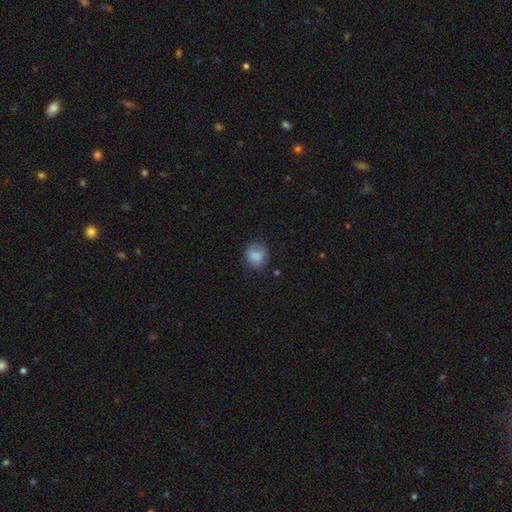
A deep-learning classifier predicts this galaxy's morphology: Smooth or featured? smooth (83%)
How rounded? round (75%)
Merging? none (69%)